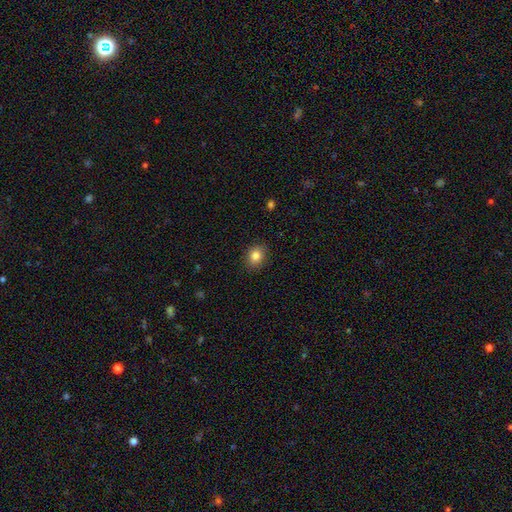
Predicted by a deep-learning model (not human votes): A smooth galaxy with no disk features (83%) that is round (55%). Merging: none (89%).